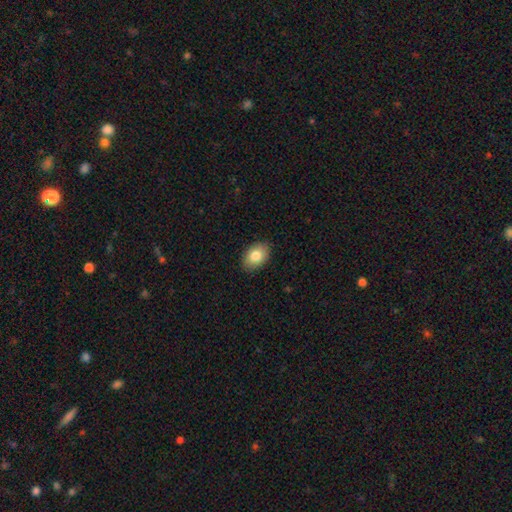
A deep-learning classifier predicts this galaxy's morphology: type=smooth (83%); roundness=in between (85%); merging=none (88%).